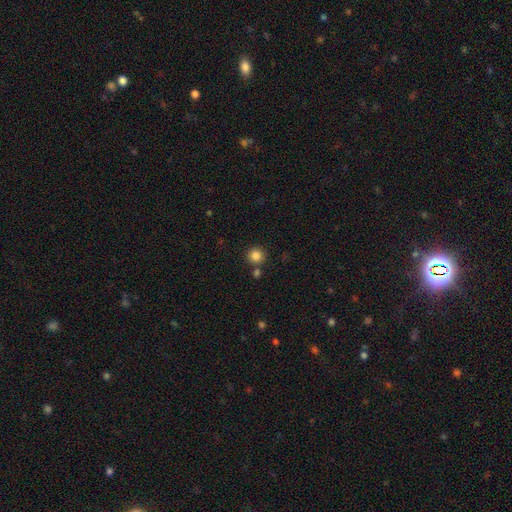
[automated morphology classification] smooth-or-featured: smooth: 85% | star or artifact: 11% | featured or disk: 4%
  how-rounded: round: 94% | in between: 5% | cigar-shaped: 1%
  merging: none: 81% | merger: 9% | minor disturbance: 7% | major disturbance: 2%